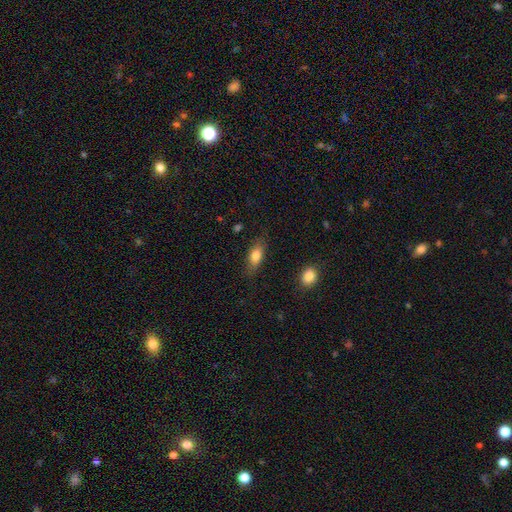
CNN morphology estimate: A smooth galaxy with no disk features (77%) that is in between round and cigar-shaped (78%).

Vote fractions:
- Smooth or featured? smooth: 77% / featured or disk: 16% / star or artifact: 7%
- How rounded? in between: 78% / cigar-shaped: 18% / round: 4%
- Merging? none: 79% / minor disturbance: 15% / major disturbance: 4% / merger: 2%